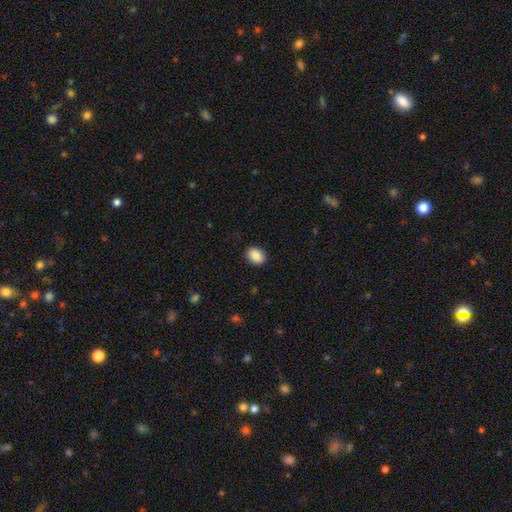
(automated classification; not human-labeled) Smooth or featured?
  - smooth: 88% *
  - star or artifact: 8%
  - featured or disk: 4%
How rounded?
  - in between: 71% *
  - round: 28%
  - cigar-shaped: 1%
Merging?
  - none: 89% *
  - minor disturbance: 8%
  - major disturbance: 2%
  - merger: 1%